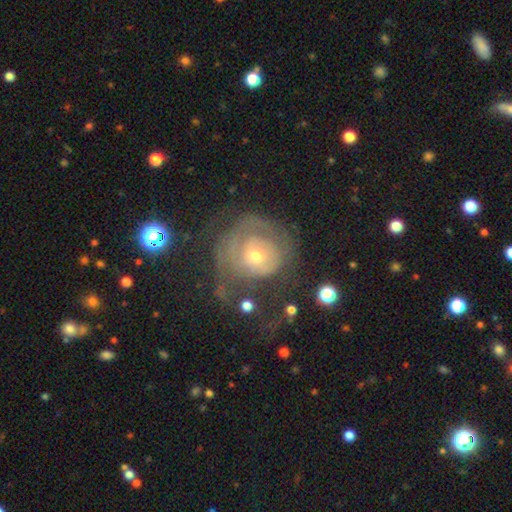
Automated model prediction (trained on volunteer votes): Morphology: type=featured or disk (64%); edge-on=no (97%); bar=no (81%); spiral arms=yes (65%); bulge=small (51%); merging=none (40%).